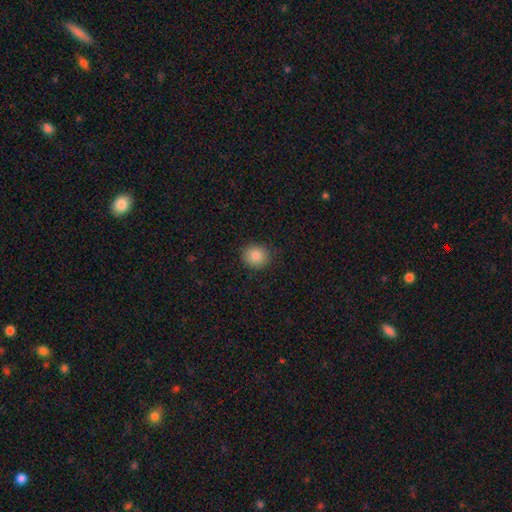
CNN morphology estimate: A smooth galaxy with no disk features (84%) that is round (84%). Merging: none (89%).